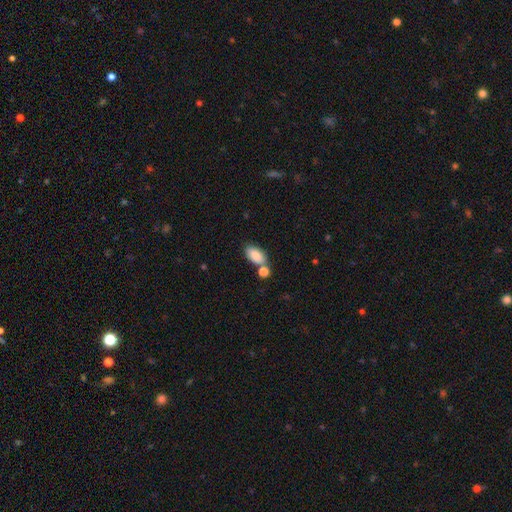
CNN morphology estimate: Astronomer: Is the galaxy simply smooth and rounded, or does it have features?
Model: smooth — 86%.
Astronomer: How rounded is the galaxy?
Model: in between — 92%.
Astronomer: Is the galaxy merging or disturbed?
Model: none — 62%.